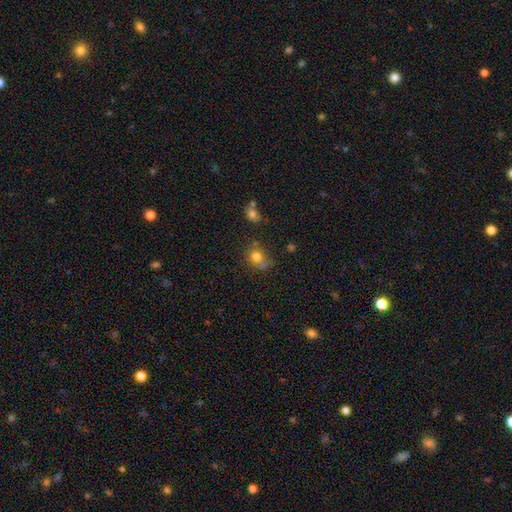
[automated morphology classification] This is likely a smooth galaxy (77%). How rounded: likely round (72%). Merging: possibly none (55%).